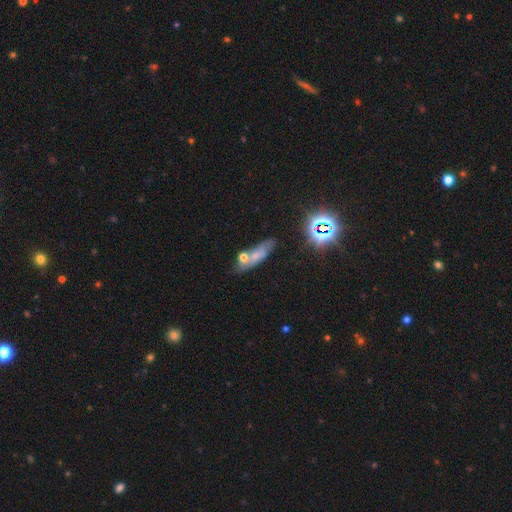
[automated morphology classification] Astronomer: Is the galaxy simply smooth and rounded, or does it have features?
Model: smooth — 47% (runner-up: featured or disk, 32%).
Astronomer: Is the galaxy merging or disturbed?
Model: none — 55%.